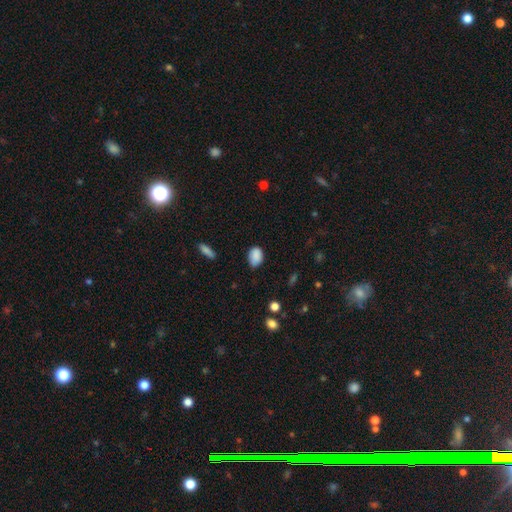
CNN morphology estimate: Overall: smooth (87%). How rounded: in between (82%). Merging: none (73%).